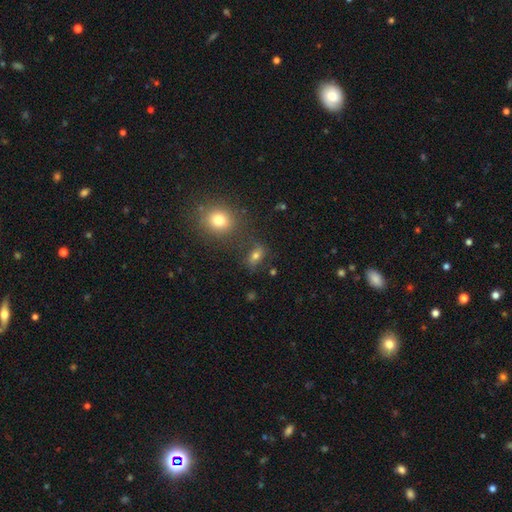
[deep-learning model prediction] Smooth or featured: smooth — 62% (featured or disk — 19%)
How rounded: in between — 73% (round — 21%)
Merging: none — 66% (minor disturbance — 16%)